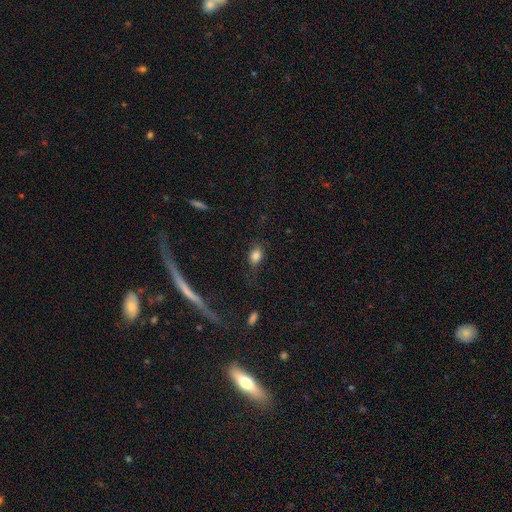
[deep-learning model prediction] Q: Smooth or featured?
A: smooth (81%); runner-up: star or artifact (10%)
Q: How rounded?
A: in between (70%); runner-up: round (27%)
Q: Merging?
A: none (69%); runner-up: minor disturbance (20%)